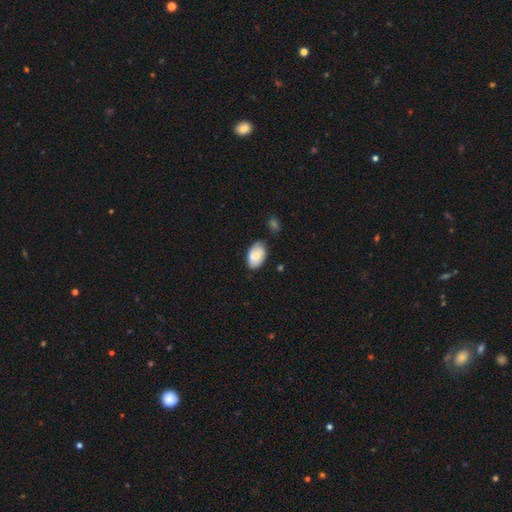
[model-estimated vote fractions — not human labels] A smooth galaxy with no disk features (74%) that is in between round and cigar-shaped (92%).

Vote fractions:
- Smooth or featured? smooth: 74% / featured or disk: 19% / star or artifact: 7%
- How rounded? in between: 92% / round: 6% / cigar-shaped: 1%
- Merging? none: 72% / minor disturbance: 21% / major disturbance: 4% / merger: 3%